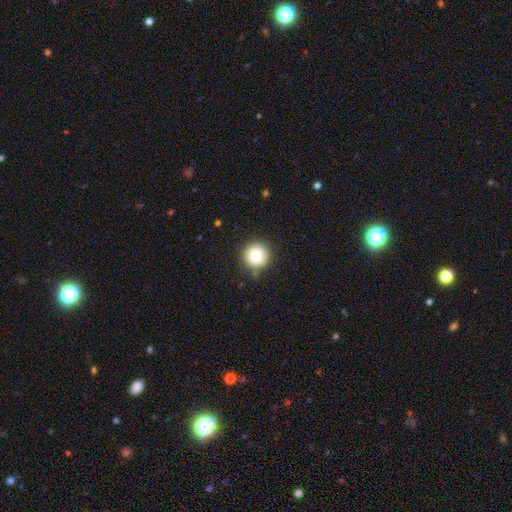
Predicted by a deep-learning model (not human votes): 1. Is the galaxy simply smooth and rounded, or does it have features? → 75% smooth, 15% featured or disk, 10% star or artifact.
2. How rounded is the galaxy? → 93% round, 7% in between, 1% cigar-shaped.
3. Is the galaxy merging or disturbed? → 86% none, 10% minor disturbance, 3% major disturbance, 1% merger.